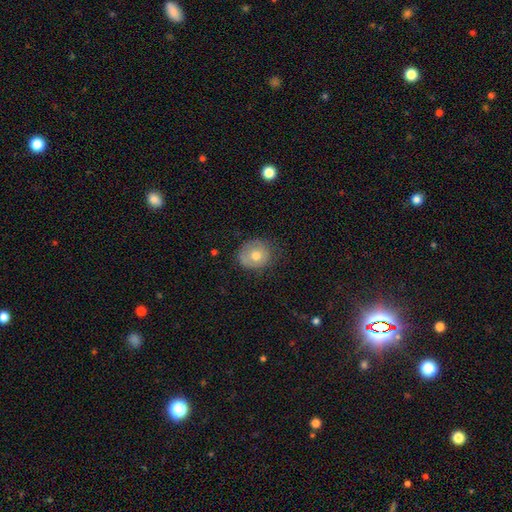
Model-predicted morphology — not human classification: Q: Smooth or featured?
A: smooth (68%); runner-up: featured or disk (23%)
Q: How rounded?
A: round (76%); runner-up: in between (23%)
Q: Merging?
A: none (70%); runner-up: minor disturbance (22%)